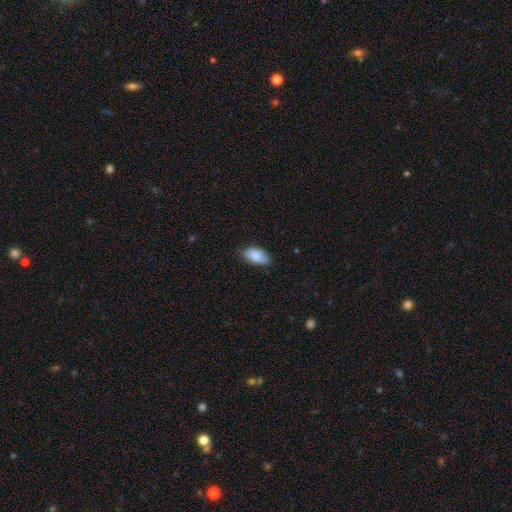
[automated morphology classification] smooth_or_featured: smooth (p=0.87) [alt: featured or disk p=0.07]
how_rounded: in between (p=0.94) [alt: cigar-shaped p=0.03]
merging: none (p=0.77) [alt: minor disturbance p=0.20]